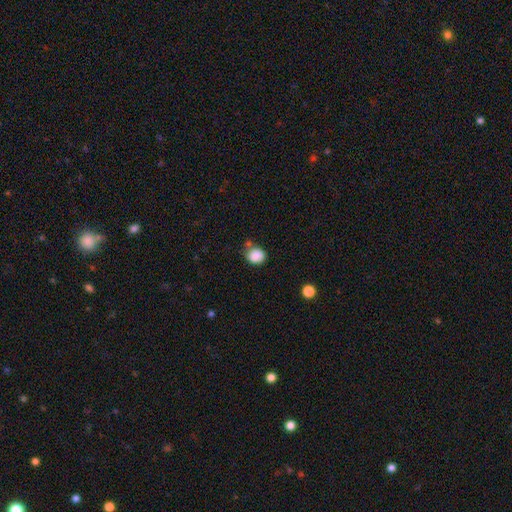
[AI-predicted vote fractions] smooth_or_featured: smooth (p=0.87) [alt: star or artifact p=0.09]
how_rounded: round (p=0.69) [alt: in between p=0.30]
merging: none (p=0.66) [alt: minor disturbance p=0.20]